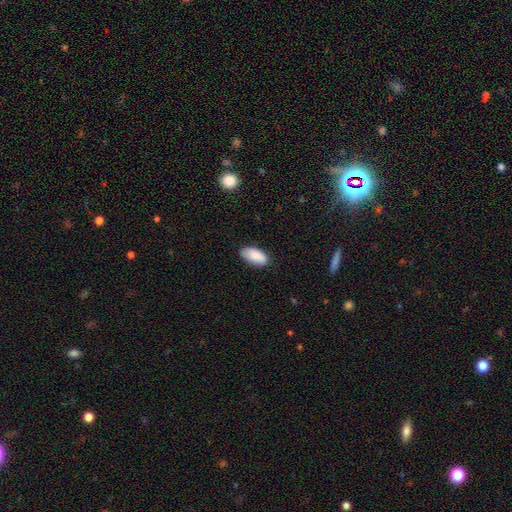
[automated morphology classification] Smooth or featured? smooth (87%)
How rounded? in between (94%)
Merging? none (83%)